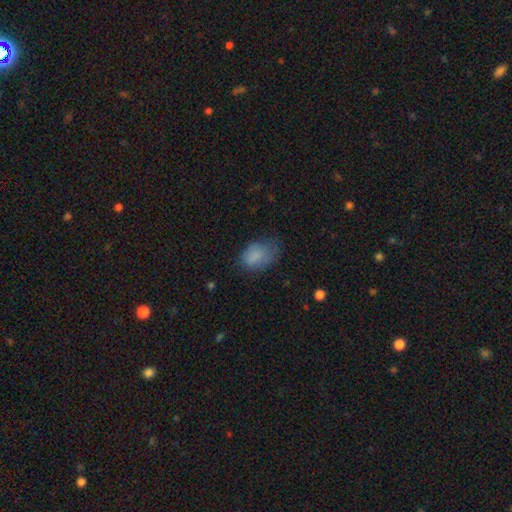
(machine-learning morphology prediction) The model was most divided on "merging": none: 44%, minor disturbance: 35%, major disturbance: 19%, merger: 2%. More confident: how rounded — in between (83%); smooth or featured — smooth (80%).